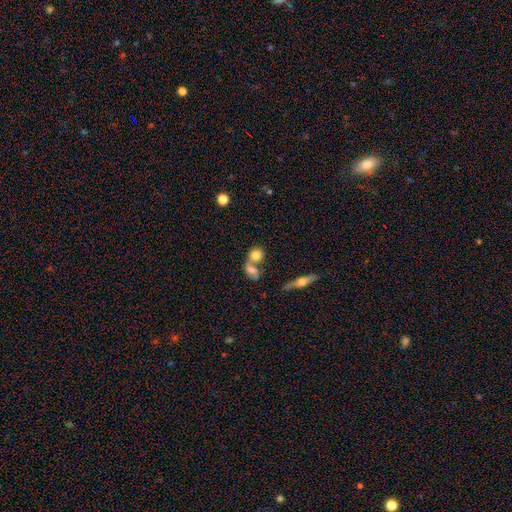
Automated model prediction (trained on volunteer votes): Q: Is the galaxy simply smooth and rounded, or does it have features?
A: smooth — 70%.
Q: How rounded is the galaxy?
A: round — 71%.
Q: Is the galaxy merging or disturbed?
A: merger — 50%.